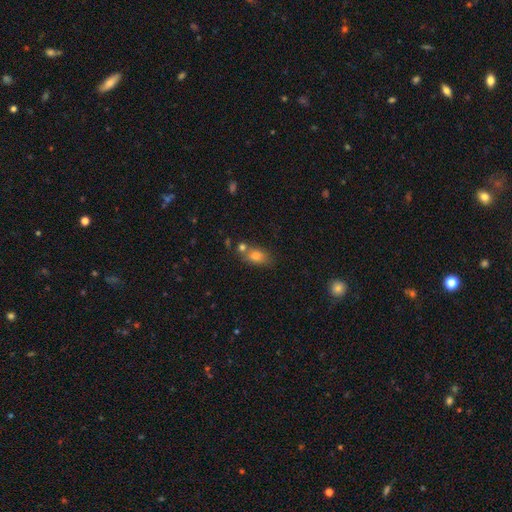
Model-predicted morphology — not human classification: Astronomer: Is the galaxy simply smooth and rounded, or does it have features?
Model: smooth — 77%.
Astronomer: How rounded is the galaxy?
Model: in between — 72%.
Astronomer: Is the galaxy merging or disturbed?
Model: none — 58%.